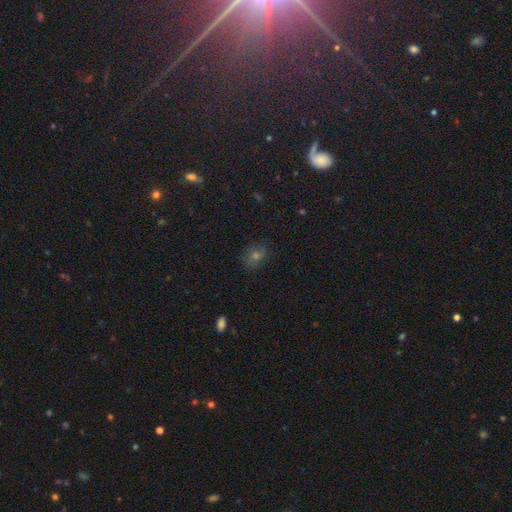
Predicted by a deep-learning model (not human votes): Overall: smooth (53%; star or artifact 29%). How rounded: round (54%; in between 44%). Merging: none (79%).